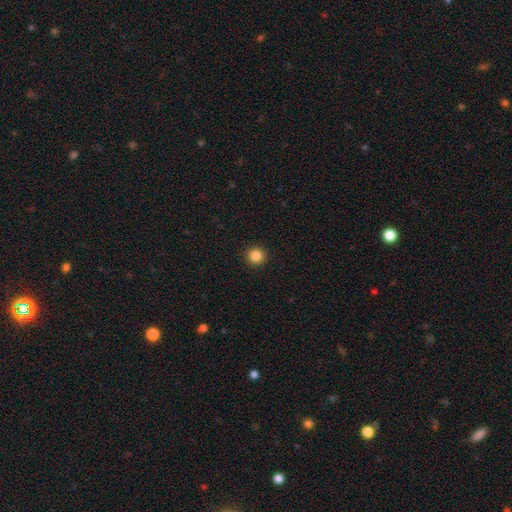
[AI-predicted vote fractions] Smooth or featured: smooth — 86% (star or artifact — 11%)
How rounded: round — 95% (in between — 4%)
Merging: none — 93% (minor disturbance — 4%)